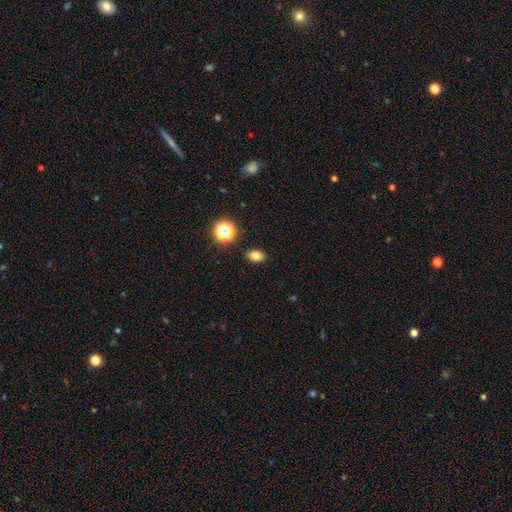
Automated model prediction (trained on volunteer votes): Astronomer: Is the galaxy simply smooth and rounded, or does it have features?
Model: smooth — 78%.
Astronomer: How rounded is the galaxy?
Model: in between — 80%.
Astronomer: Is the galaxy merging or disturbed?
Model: none — 88%.